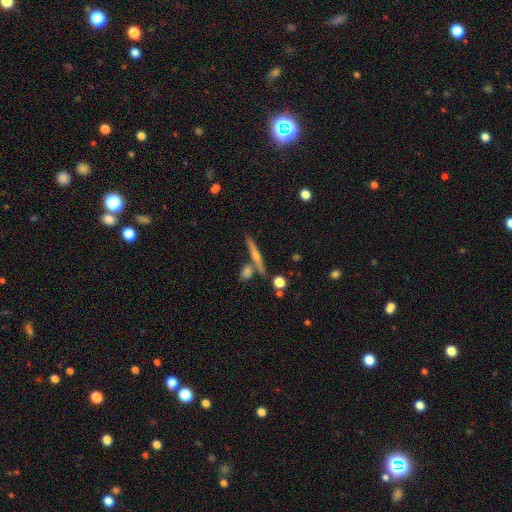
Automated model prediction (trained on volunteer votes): The model was most divided on "smooth or featured": featured or disk: 69%, smooth: 19%, star or artifact: 12%. More confident: edge-on disk — yes (94%); edge-on bulge — rounded (82%); merging — none (71%).